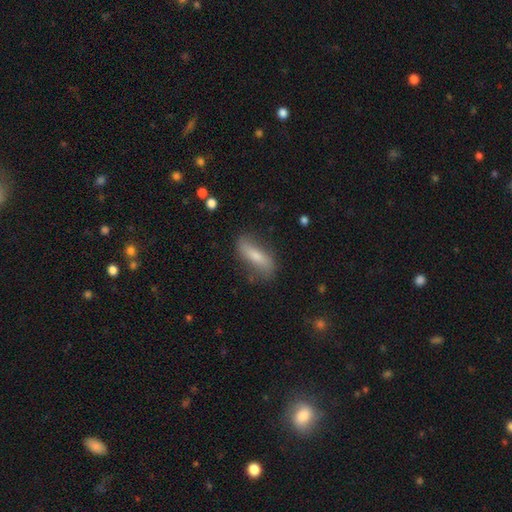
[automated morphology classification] smooth-or-featured: smooth: 61% | featured or disk: 32% | star or artifact: 7%
  how-rounded: cigar-shaped: 52% | in between: 45% | round: 3%
  merging: none: 72% | minor disturbance: 20% | major disturbance: 6% | merger: 2%